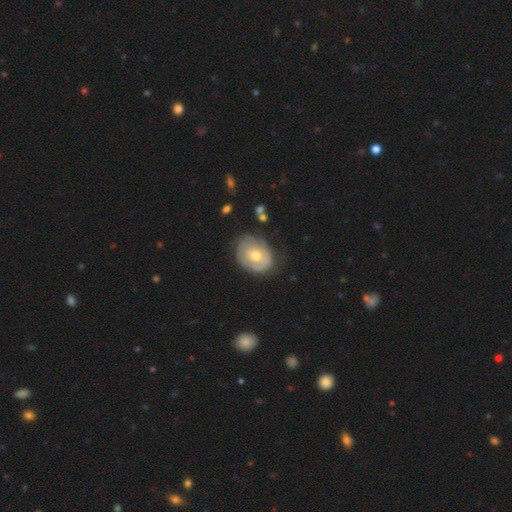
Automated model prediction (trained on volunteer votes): Smooth or featured? featured or disk (56%)
Edge-on disk? no (96%)
Bar? no (82%)
Spiral arms? yes (54%)
Bulge size? moderate (72%)
Merging? none (64%)